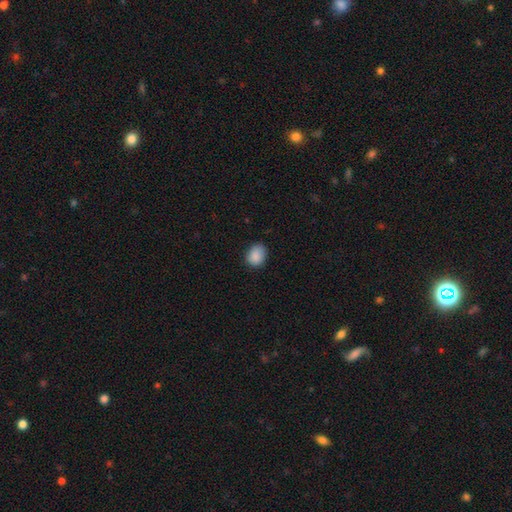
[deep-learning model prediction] This is clearly a smooth galaxy (88%). How rounded: possibly round (51%). Merging: likely none (78%).